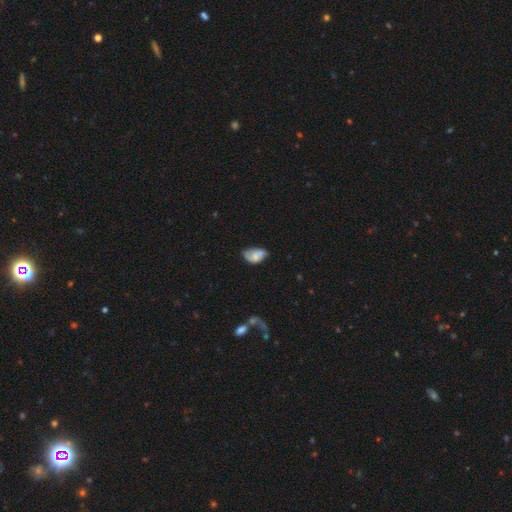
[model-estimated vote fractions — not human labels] A smooth galaxy with no disk features (55%) that is in between round and cigar-shaped (91%). Merging: none (46%).